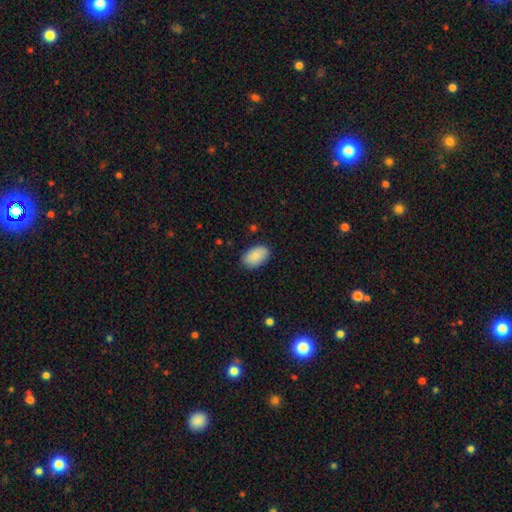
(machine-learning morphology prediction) This appears to be a smooth galaxy with no disk features (87%) that is in between round and cigar-shaped (92%). Merging: none (84%).